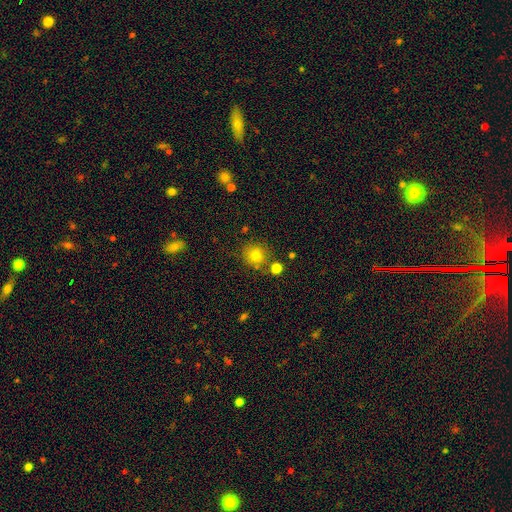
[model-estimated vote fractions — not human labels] Smooth or featured? smooth (79%)
How rounded? round (88%)
Merging? none (74%)